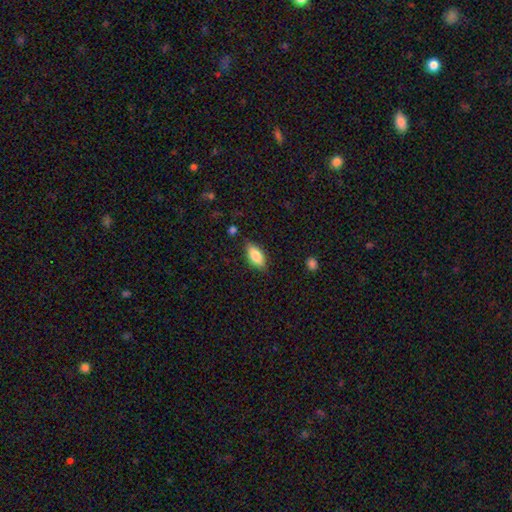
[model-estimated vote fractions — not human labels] smooth-or-featured: smooth: 81% | featured or disk: 12% | star or artifact: 7%
  how-rounded: in between: 86% | cigar-shaped: 11% | round: 3%
  merging: none: 83% | minor disturbance: 13% | major disturbance: 3% | merger: 2%